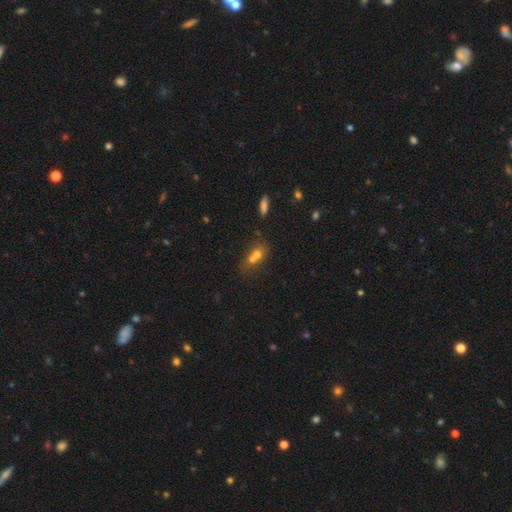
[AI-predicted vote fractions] Smooth or featured? smooth (66%)
How rounded? round (53%)
Merging? merger (66%)